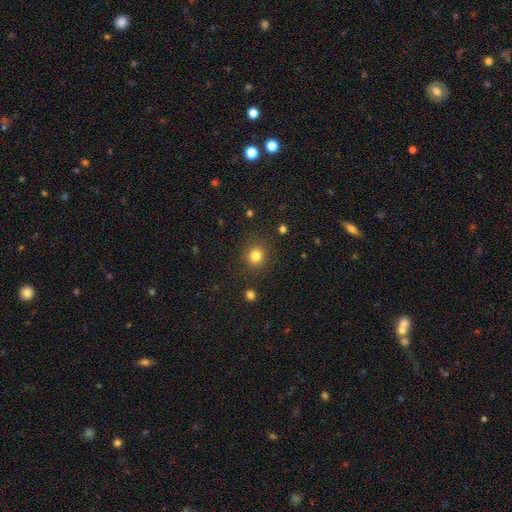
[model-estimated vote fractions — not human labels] Smooth or featured? Predicted: smooth (p=0.82). How rounded? Predicted: round (p=0.88). Merging? Predicted: none (p=0.88).